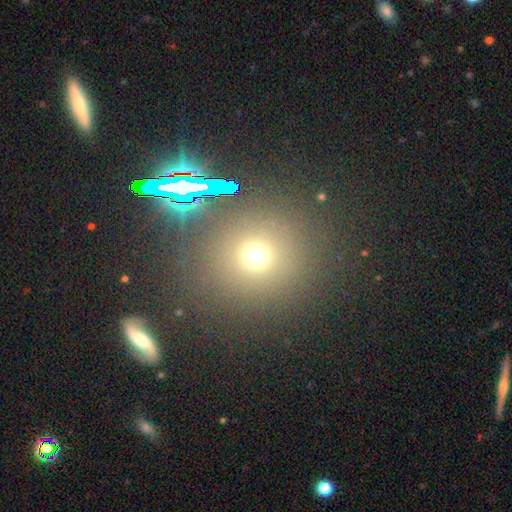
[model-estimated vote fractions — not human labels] Overall: smooth (65%; star or artifact 27%). How rounded: round (90%). Merging: none (79%).